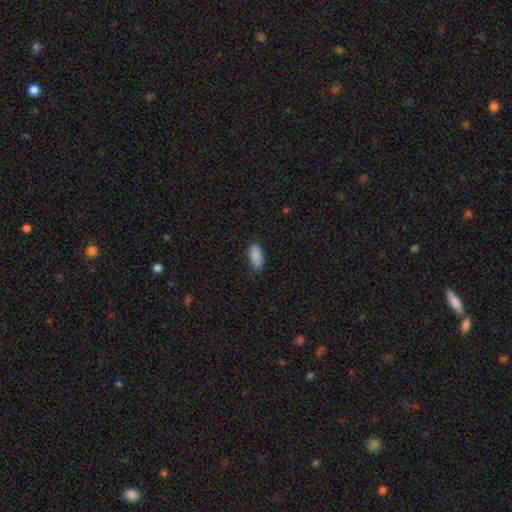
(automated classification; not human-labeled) Q: Smooth or featured?
A: smooth (88%); runner-up: star or artifact (7%)
Q: How rounded?
A: in between (88%); runner-up: cigar-shaped (10%)
Q: Merging?
A: none (81%); runner-up: minor disturbance (15%)